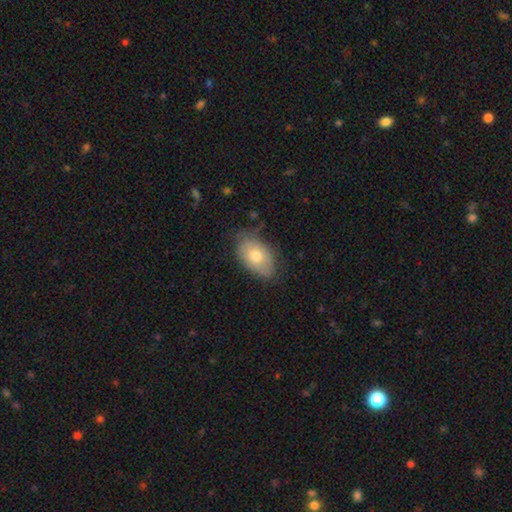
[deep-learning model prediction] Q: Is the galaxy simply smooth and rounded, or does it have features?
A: smooth — 70%.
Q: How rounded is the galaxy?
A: in between — 91%.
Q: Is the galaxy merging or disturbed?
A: none — 70%.